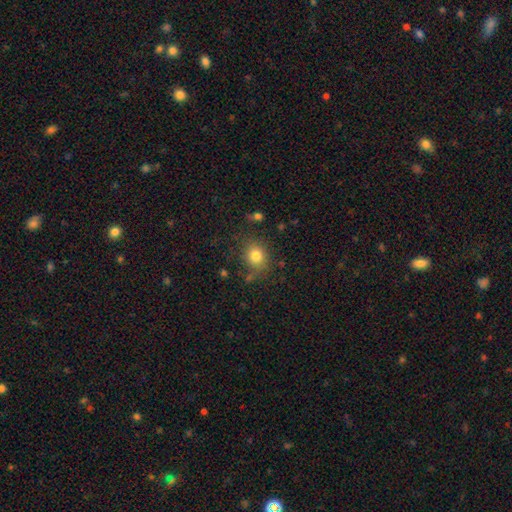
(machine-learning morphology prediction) smooth-or-featured: smooth: 79% | star or artifact: 13% | featured or disk: 8%
  how-rounded: round: 72% | in between: 27% | cigar-shaped: 1%
  merging: none: 76% | minor disturbance: 15% | major disturbance: 5% | merger: 4%